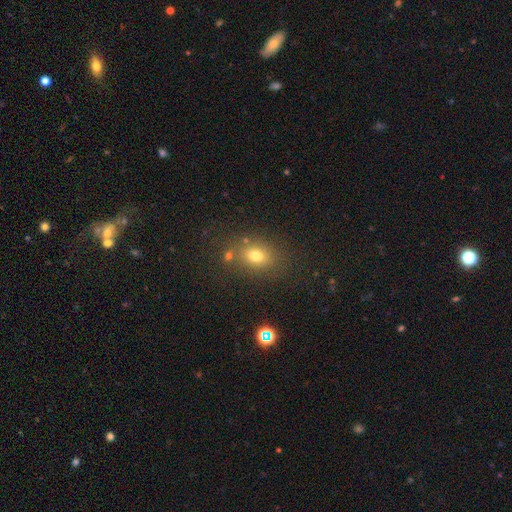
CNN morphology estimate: Smooth or featured: smooth — 72% (star or artifact — 17%)
How rounded: in between — 64% (round — 35%)
Merging: none — 74% (minor disturbance — 12%)